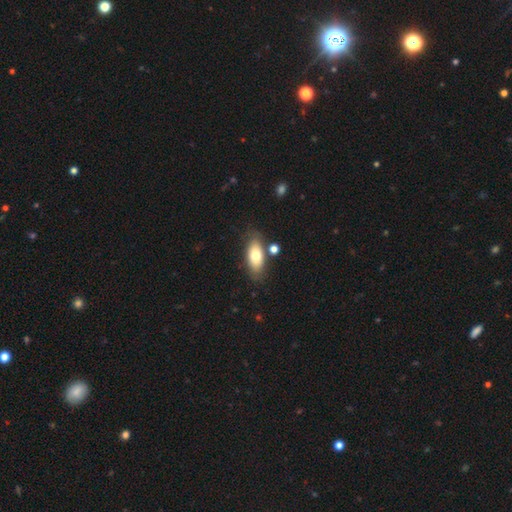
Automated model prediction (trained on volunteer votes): The model was most divided on "smooth or featured": smooth: 72%, featured or disk: 21%, star or artifact: 7%. More confident: how rounded — in between (86%); merging — none (76%).